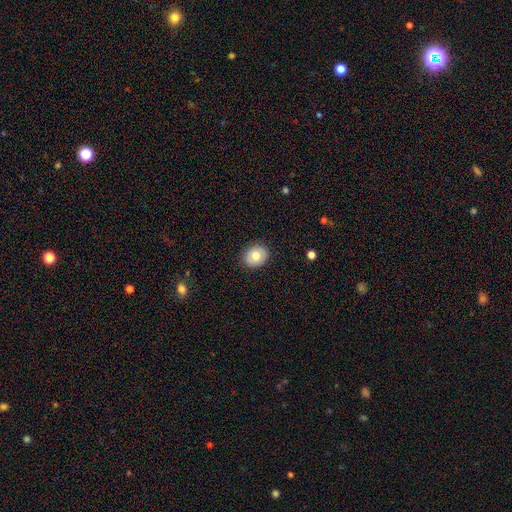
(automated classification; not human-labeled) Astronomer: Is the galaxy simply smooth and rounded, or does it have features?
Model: smooth — 75%.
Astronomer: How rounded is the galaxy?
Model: round — 55% (runner-up: in between, 44%).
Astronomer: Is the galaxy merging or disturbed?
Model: none — 88%.